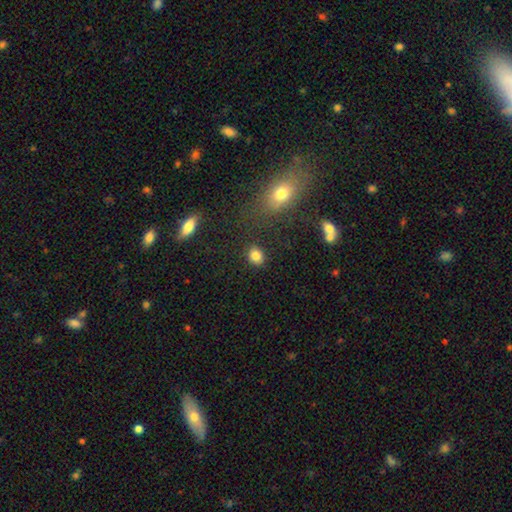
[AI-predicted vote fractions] Smooth or featured?
  - smooth: 83% *
  - star or artifact: 11%
  - featured or disk: 6%
How rounded?
  - round: 61% *
  - in between: 38%
  - cigar-shaped: 1%
Merging?
  - none: 86% *
  - minor disturbance: 9%
  - major disturbance: 3%
  - merger: 3%